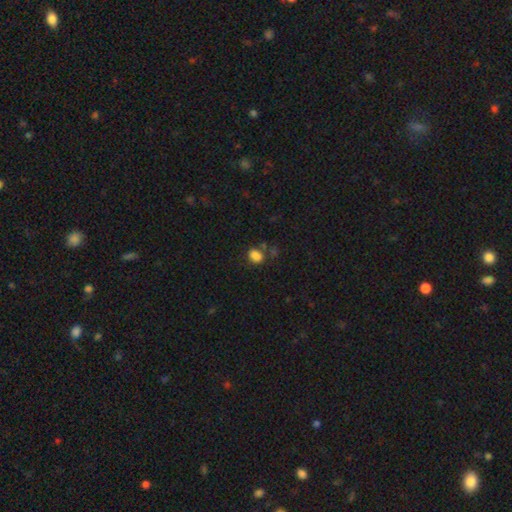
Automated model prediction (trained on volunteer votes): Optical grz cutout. It shows a smooth galaxy with no disk features (81%) that is in between round and cigar-shaped (69%). Merging: none (57%).